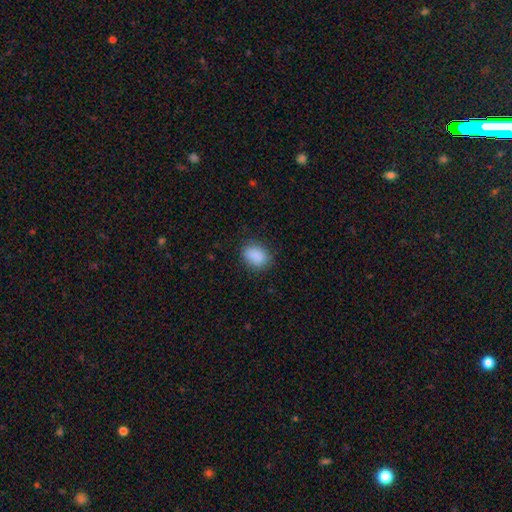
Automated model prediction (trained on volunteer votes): Smooth or featured? Predicted: smooth (p=0.89). How rounded? Predicted: in between (p=0.70). Merging? Predicted: none (p=0.83).